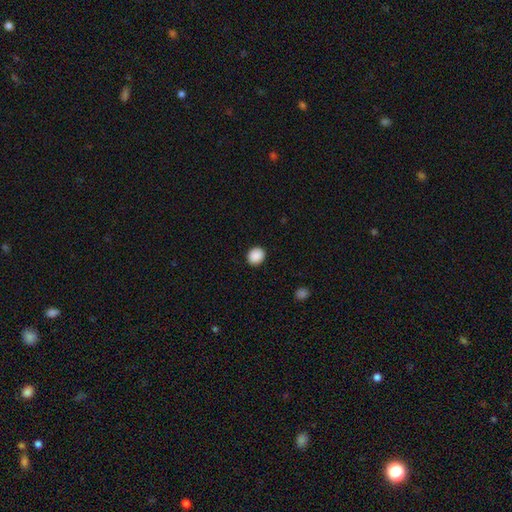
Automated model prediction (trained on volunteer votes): Smooth or featured: smooth — 90% (star or artifact — 8%)
How rounded: round — 80% (in between — 19%)
Merging: none — 92% (minor disturbance — 5%)